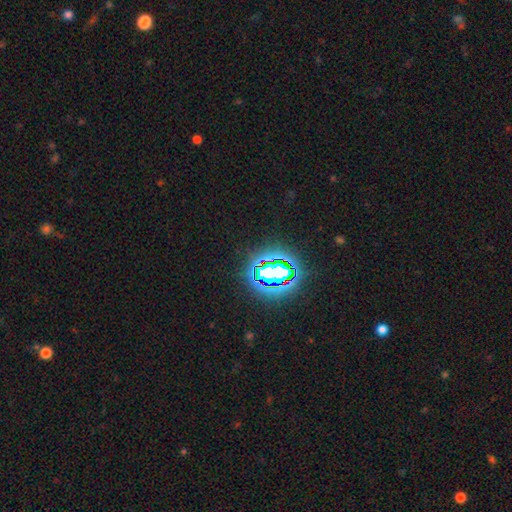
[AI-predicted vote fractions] Overall: star or artifact (78%).